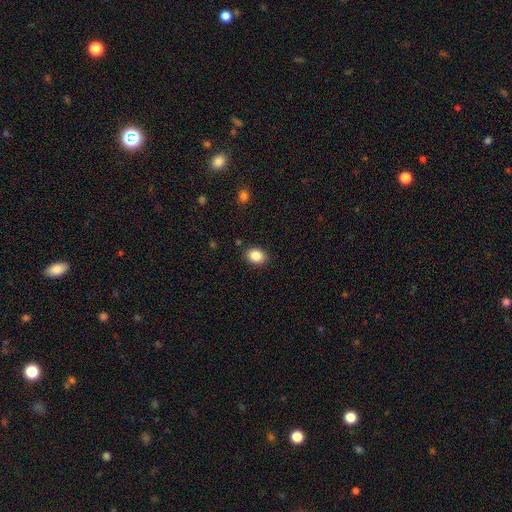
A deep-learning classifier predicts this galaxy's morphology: This is clearly a smooth galaxy (86%). How rounded: likely in between (60%). Merging: clearly none (87%).